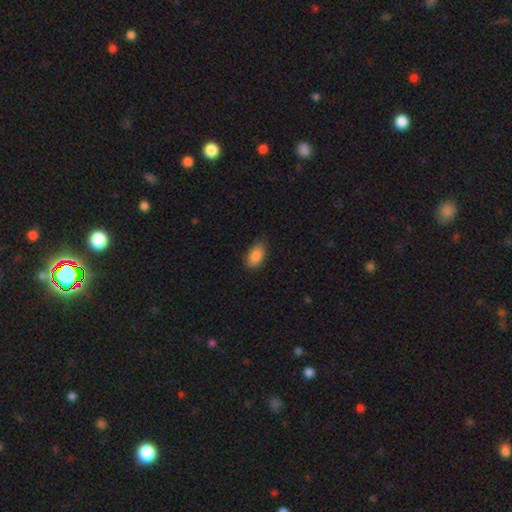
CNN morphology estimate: Smooth or featured? Predicted: smooth (p=0.88). How rounded? Predicted: in between (p=0.92). Merging? Predicted: none (p=0.78).